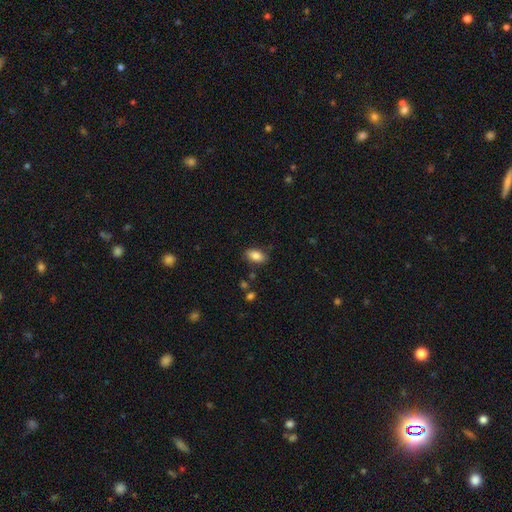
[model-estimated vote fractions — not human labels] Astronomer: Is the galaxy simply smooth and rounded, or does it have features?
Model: smooth — 84%.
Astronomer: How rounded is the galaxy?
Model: in between — 91%.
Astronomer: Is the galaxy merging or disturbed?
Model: none — 83%.